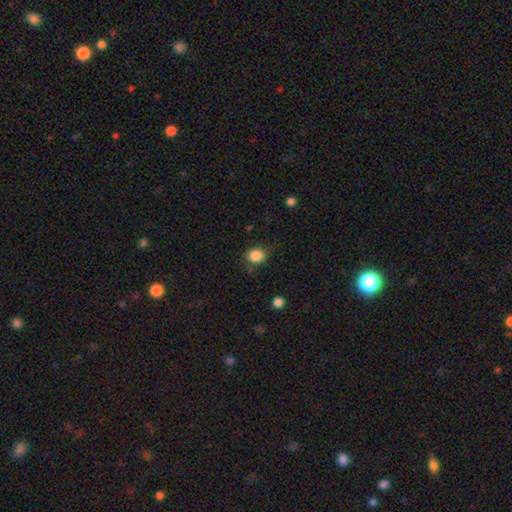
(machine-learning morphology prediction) The model was most divided on "how rounded": round: 67%, in between: 32%, cigar-shaped: 1%. More confident: smooth or featured — smooth (86%); merging — none (78%).